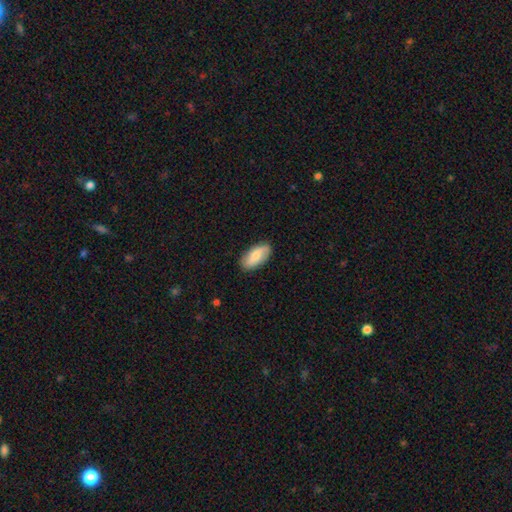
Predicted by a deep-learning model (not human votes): A smooth galaxy with no disk features (65%) that is in between round and cigar-shaped (90%).

Vote fractions:
- Smooth or featured? smooth: 65% / featured or disk: 28% / star or artifact: 6%
- How rounded? in between: 90% / cigar-shaped: 7% / round: 3%
- Merging? none: 84% / minor disturbance: 12% / major disturbance: 2% / merger: 1%